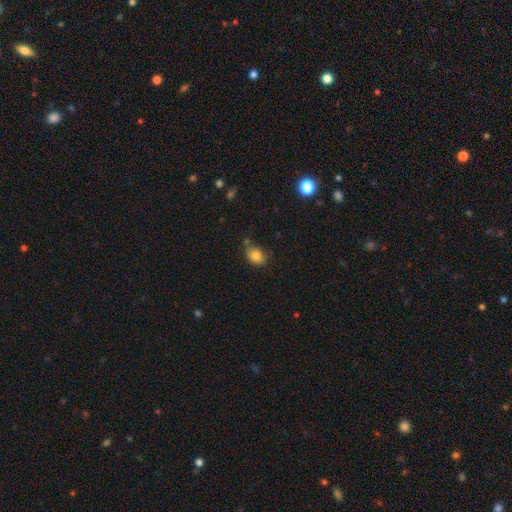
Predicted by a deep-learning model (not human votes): A smooth galaxy with no disk features (82%) that is in between round and cigar-shaped (66%).

Vote fractions:
- Smooth or featured? smooth: 82% / star or artifact: 10% / featured or disk: 9%
- How rounded? in between: 66% / round: 33% / cigar-shaped: 1%
- Merging? none: 70% / minor disturbance: 19% / merger: 7% / major disturbance: 4%